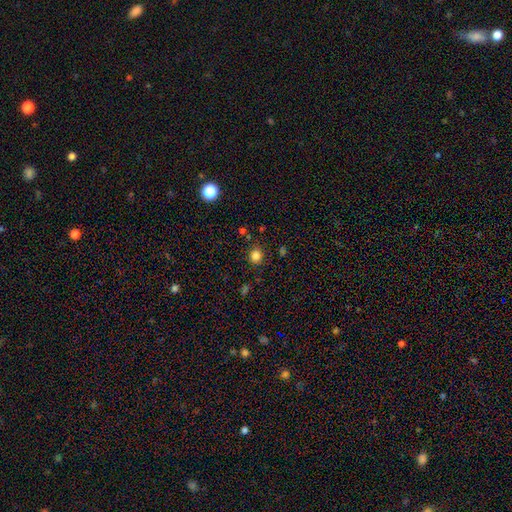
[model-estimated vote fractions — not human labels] A smooth galaxy with no disk features (82%) that is round (84%). Merging: none (86%).